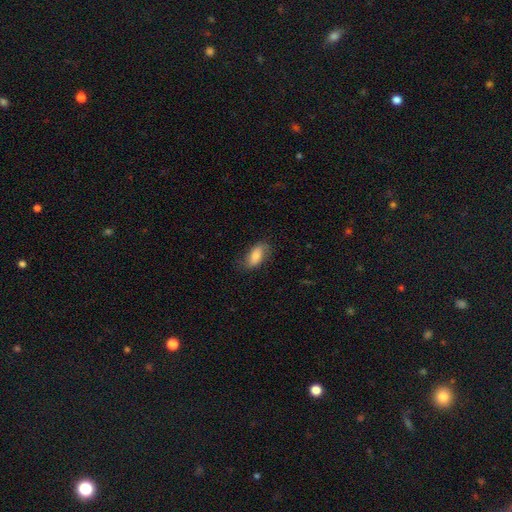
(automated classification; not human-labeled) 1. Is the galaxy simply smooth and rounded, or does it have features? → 77% smooth, 16% featured or disk, 7% star or artifact.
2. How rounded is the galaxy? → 89% in between, 7% cigar-shaped, 4% round.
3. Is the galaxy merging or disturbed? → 72% none, 21% minor disturbance, 6% major disturbance, 1% merger.